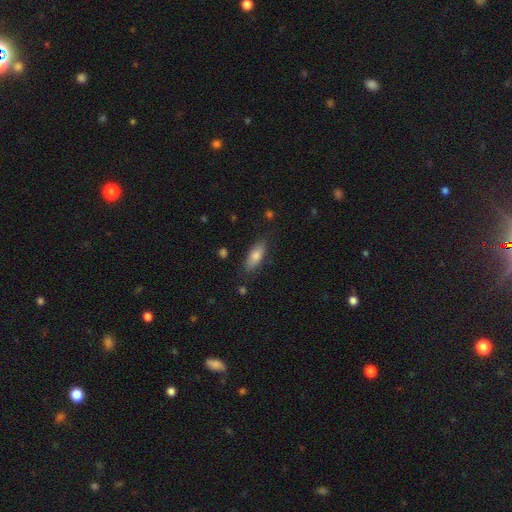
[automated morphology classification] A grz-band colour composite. It shows a smooth galaxy with no disk features (75%) that is in between round and cigar-shaped (69%). Merging: none (81%).